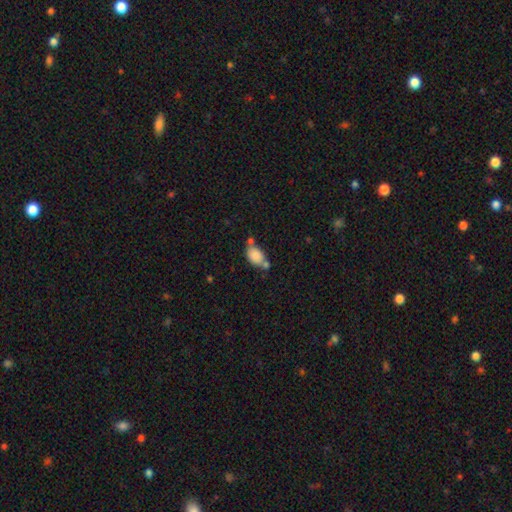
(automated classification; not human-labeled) Morphology: type=smooth (84%); roundness=in between (80%); merging=none (46%).